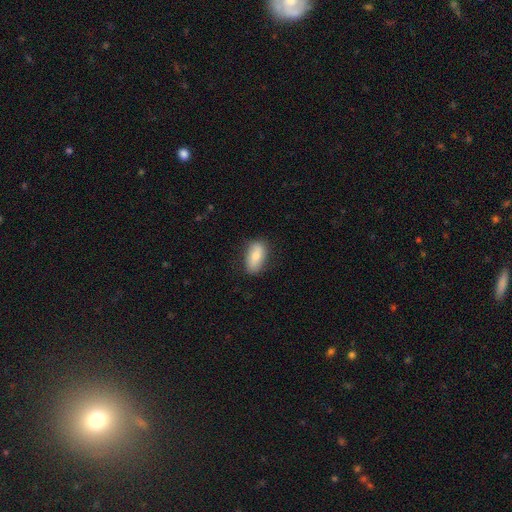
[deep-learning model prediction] Smooth or featured?
  - smooth: 76% *
  - featured or disk: 18%
  - star or artifact: 7%
How rounded?
  - in between: 90% *
  - cigar-shaped: 6%
  - round: 4%
Merging?
  - none: 80% *
  - minor disturbance: 16%
  - major disturbance: 3%
  - merger: 1%